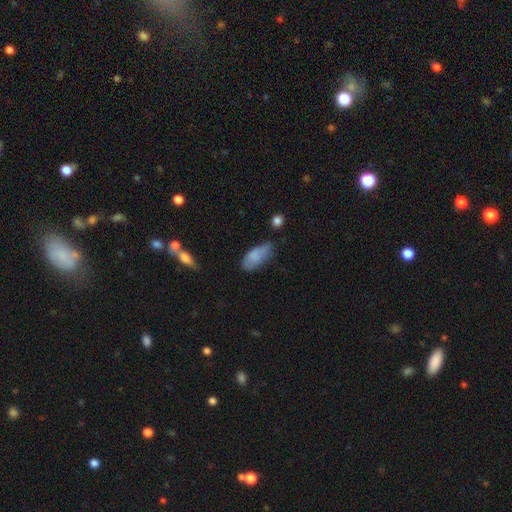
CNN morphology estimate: A smooth galaxy with no disk features (80%) that is in between round and cigar-shaped (86%). Merging: none (49%).